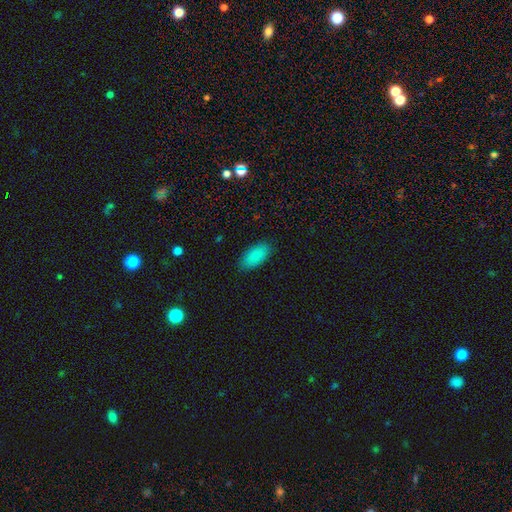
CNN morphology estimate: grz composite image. It shows a smooth galaxy with no disk features (88%) that is in between round and cigar-shaped (91%). Merging: none (87%).